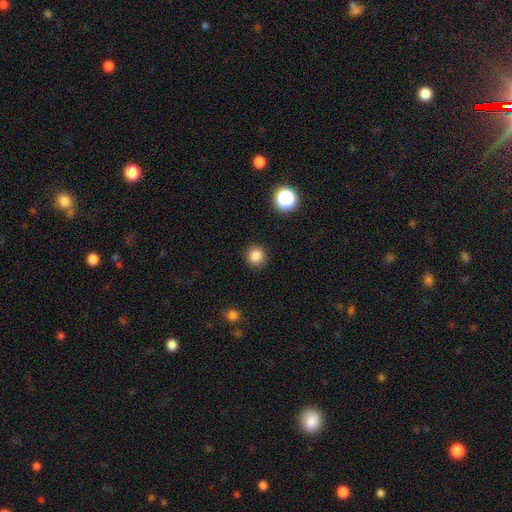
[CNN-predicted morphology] Smooth or featured? smooth (84%)
How rounded? round (91%)
Merging? none (91%)